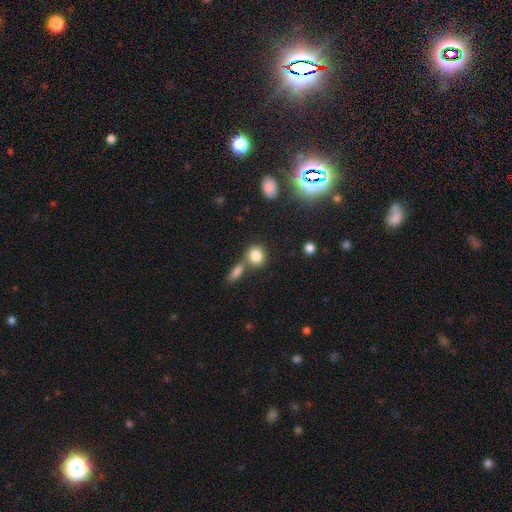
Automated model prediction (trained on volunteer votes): A smooth galaxy with no disk features (83%) that is round (70%). Merging: none (53%).